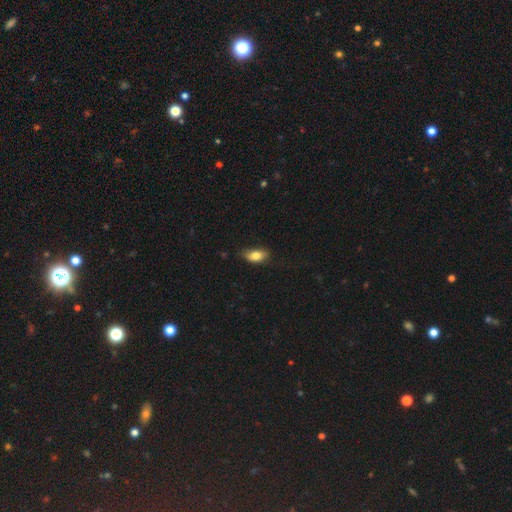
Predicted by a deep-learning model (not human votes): Overall: smooth (81%). How rounded: in between (89%). Merging: none (68%).